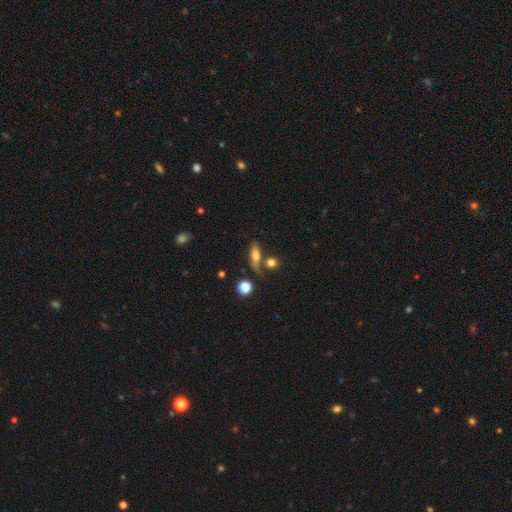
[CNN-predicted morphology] smooth-or-featured: smooth: 66% | featured or disk: 24% | star or artifact: 10%
  how-rounded: in between: 61% | cigar-shaped: 31% | round: 8%
  merging: none: 56% | merger: 20% | minor disturbance: 16% | major disturbance: 8%